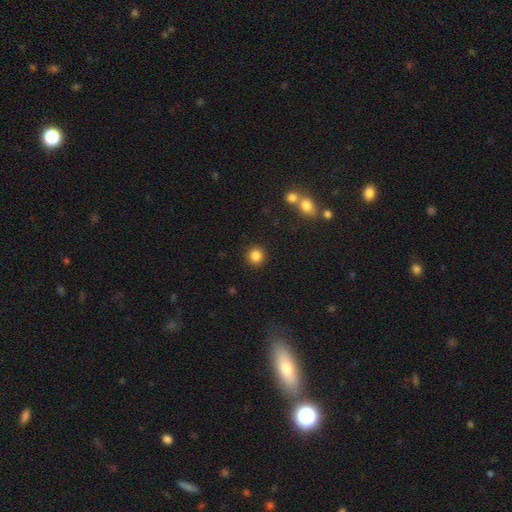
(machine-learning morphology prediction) This is clearly a smooth galaxy (85%). How rounded: clearly round (94%). Merging: clearly none (91%).